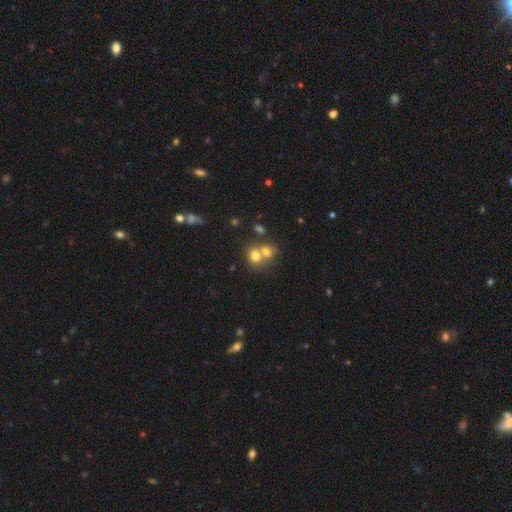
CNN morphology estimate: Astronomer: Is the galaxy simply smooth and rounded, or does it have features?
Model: smooth — 71%.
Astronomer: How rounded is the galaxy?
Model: round — 65%.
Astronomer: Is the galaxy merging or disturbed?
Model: merger — 61%.